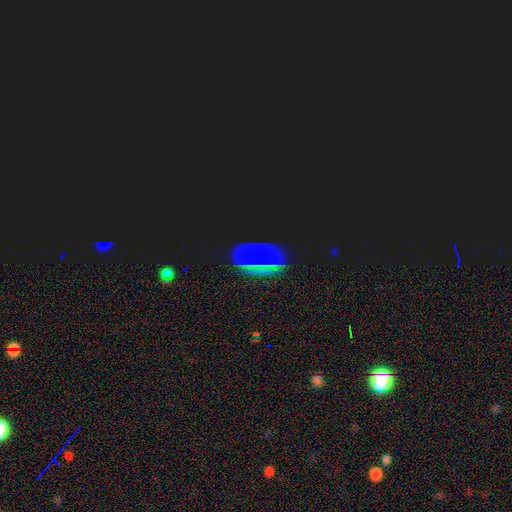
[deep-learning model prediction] Smooth or featured? Predicted: star or artifact (p=0.49).